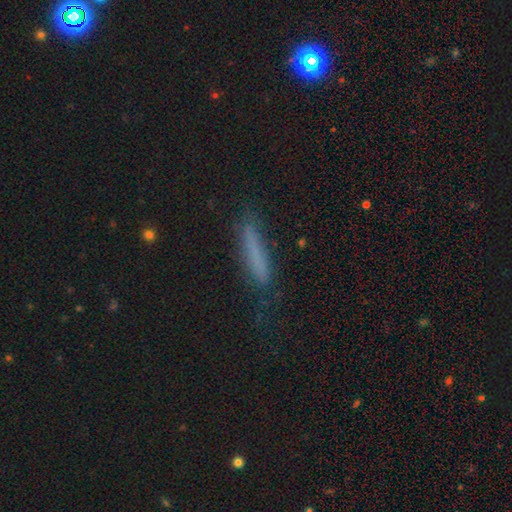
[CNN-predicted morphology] Smooth or featured: smooth — 71% (featured or disk — 19%)
How rounded: cigar-shaped — 89% (in between — 9%)
Merging: none — 72% (minor disturbance — 19%)